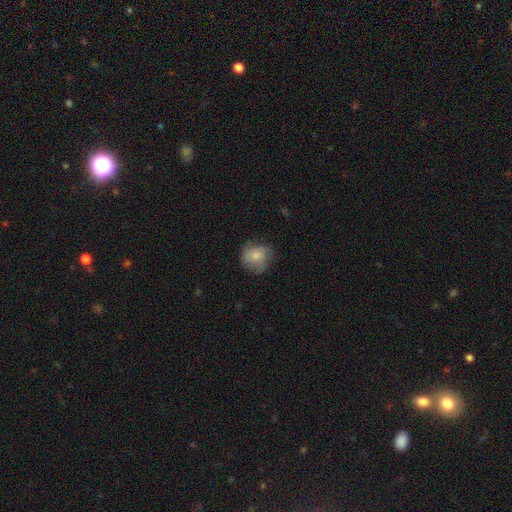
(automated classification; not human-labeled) This is likely a smooth galaxy (66%). How rounded: clearly round (82%). Merging: likely none (66%).